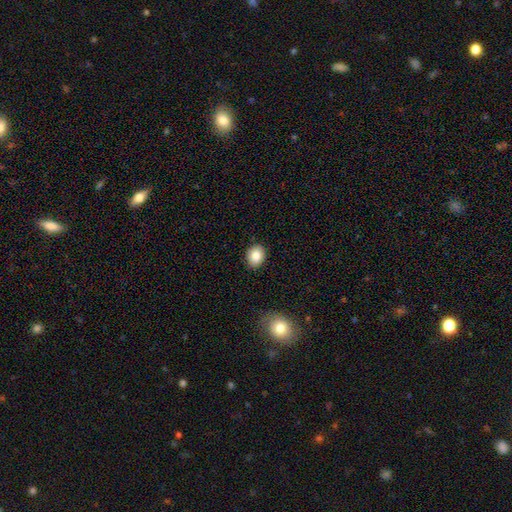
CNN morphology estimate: This is clearly a smooth galaxy (84%). How rounded: possibly in between (53%). Merging: clearly none (89%).